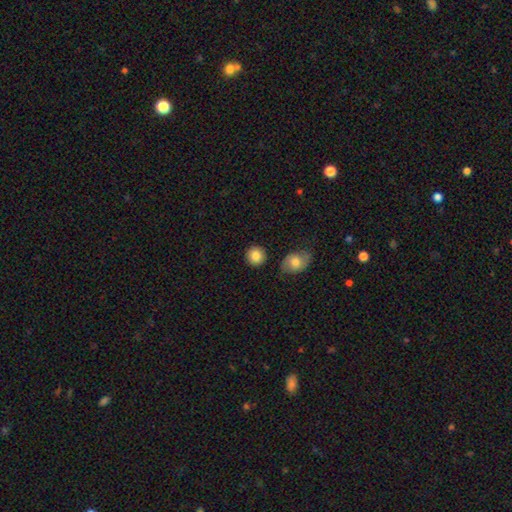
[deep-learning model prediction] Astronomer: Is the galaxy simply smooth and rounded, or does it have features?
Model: smooth — 87%.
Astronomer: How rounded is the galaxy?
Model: round — 88%.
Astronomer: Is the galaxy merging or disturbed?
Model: none — 85%.